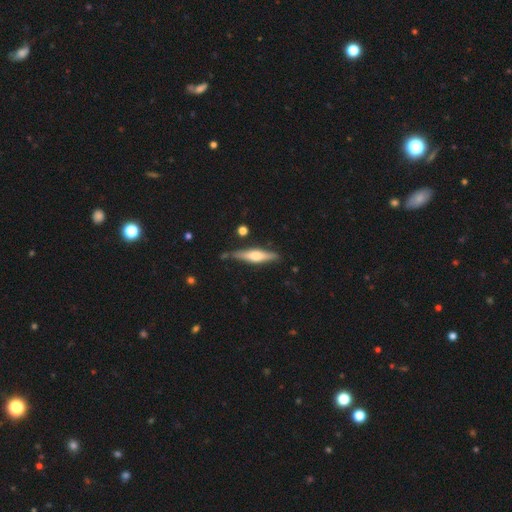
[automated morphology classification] A featured or disk galaxy (57%) viewed edge-on (95%) with a rounded central bulge (85%).

Vote fractions:
- Smooth or featured? featured or disk: 57% / smooth: 37% / star or artifact: 6%
- Edge-on disk? yes: 95% / no: 5%
- Edge-on bulge? rounded: 85% / boxy: 10% / none: 5%
- Merging? none: 81% / minor disturbance: 13% / merger: 3% / major disturbance: 3%